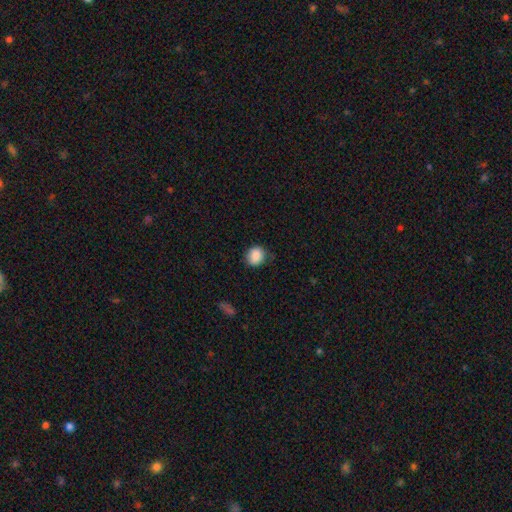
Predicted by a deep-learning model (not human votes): smooth_or_featured: smooth (p=0.88) [alt: star or artifact p=0.08]
how_rounded: round (p=0.78) [alt: in between p=0.21]
merging: none (p=0.79) [alt: minor disturbance p=0.16]